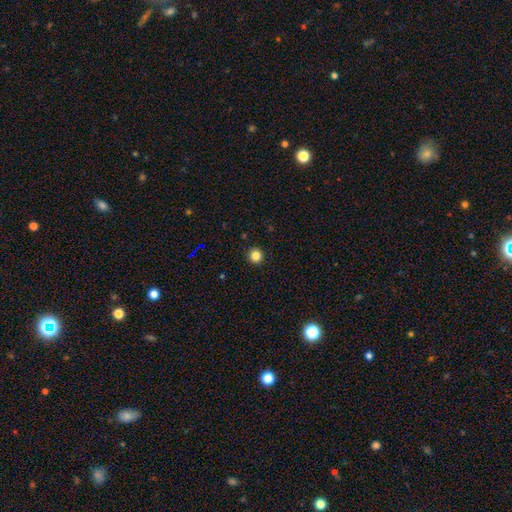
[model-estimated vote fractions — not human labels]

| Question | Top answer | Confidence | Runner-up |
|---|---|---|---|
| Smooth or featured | smooth | 84% | star or artifact (12%) |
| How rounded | round | 94% | in between (5%) |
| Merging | none | 92% | minor disturbance (5%) |